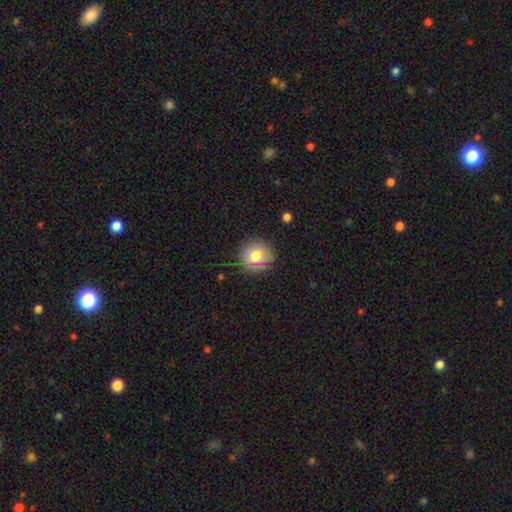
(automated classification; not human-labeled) smooth_or_featured: smooth (p=0.71) [alt: featured or disk p=0.17]
how_rounded: round (p=0.92) [alt: in between p=0.07]
merging: none (p=0.83) [alt: minor disturbance p=0.12]